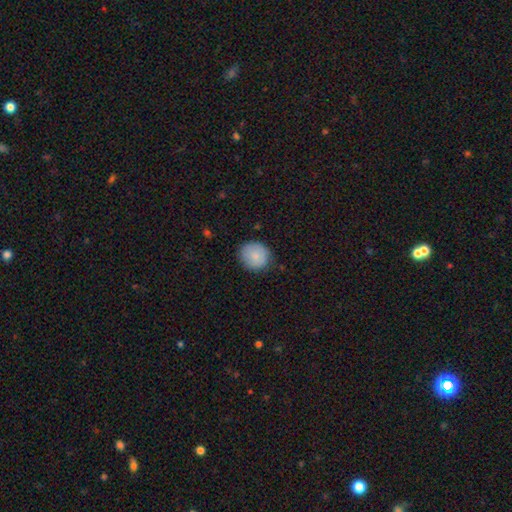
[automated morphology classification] This appears to be a smooth galaxy with no disk features (83%) that is round (90%). Merging: none (83%).